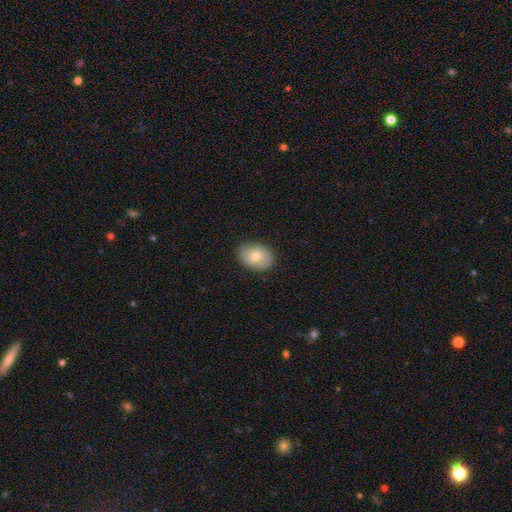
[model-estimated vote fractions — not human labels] A smooth galaxy with no disk features (72%) that is in between round and cigar-shaped (68%).

Vote fractions:
- Smooth or featured? smooth: 72% / featured or disk: 20% / star or artifact: 8%
- How rounded? in between: 68% / round: 31% / cigar-shaped: 1%
- Merging? none: 84% / minor disturbance: 12% / major disturbance: 2% / merger: 1%